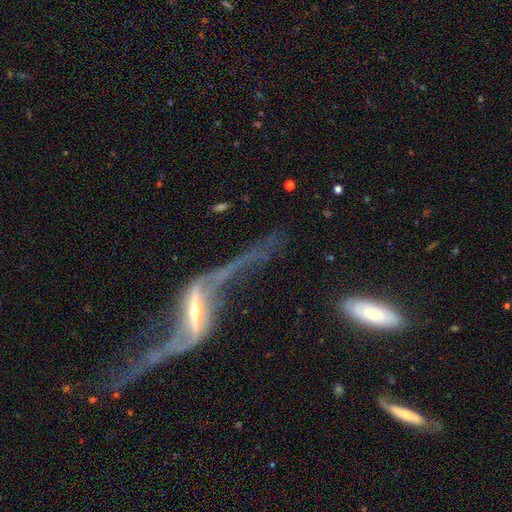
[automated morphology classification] A featured or disk galaxy (79%) with a strong bar (59%), spiral arms (76%) and a small central bulge (47%).

Vote fractions:
- Smooth or featured? featured or disk: 79% / smooth: 11% / star or artifact: 10%
- Edge-on disk? no: 71% / yes: 29%
- Bar? strong: 59% / weak: 26% / no: 15%
- Spiral arms? yes: 76% / no: 24%
- Bulge size? small: 47% / moderate: 28% / none: 17% / large: 5% / dominant: 3%
- Merging? major disturbance: 40% / none: 30% / merger: 16% / minor disturbance: 14%